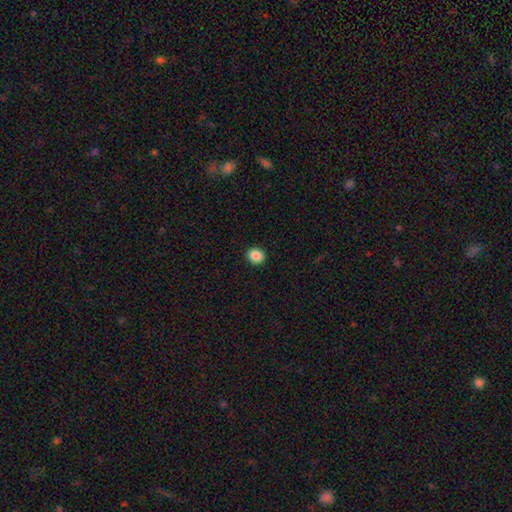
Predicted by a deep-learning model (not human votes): Q: Smooth or featured?
A: smooth (88%); runner-up: star or artifact (9%)
Q: How rounded?
A: round (82%); runner-up: in between (17%)
Q: Merging?
A: none (92%); runner-up: minor disturbance (5%)